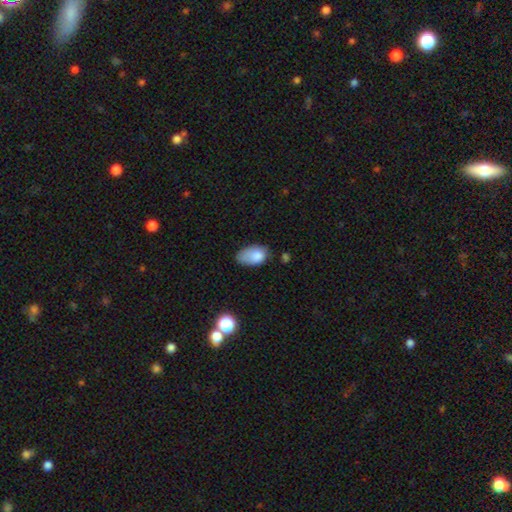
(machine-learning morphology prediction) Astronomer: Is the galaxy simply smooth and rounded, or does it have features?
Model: smooth — 81%.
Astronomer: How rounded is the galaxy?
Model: in between — 91%.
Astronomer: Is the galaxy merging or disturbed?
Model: none — 42% (runner-up: minor disturbance, 39%).